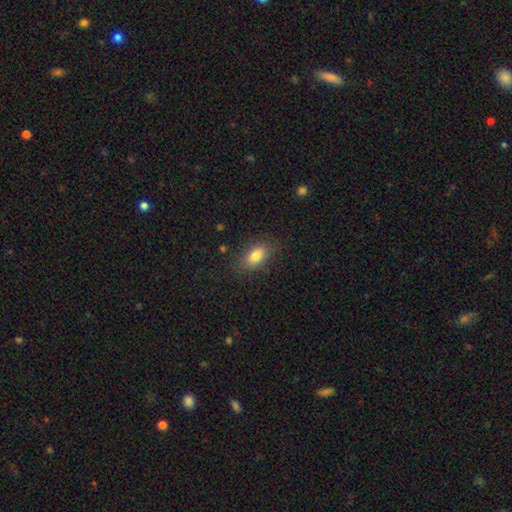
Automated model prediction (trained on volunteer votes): A smooth galaxy with no disk features (82%) that is in between round and cigar-shaped (87%).

Vote fractions:
- Smooth or featured? smooth: 82% / featured or disk: 9% / star or artifact: 9%
- How rounded? in between: 87% / round: 8% / cigar-shaped: 6%
- Merging? none: 83% / minor disturbance: 12% / major disturbance: 4% / merger: 1%